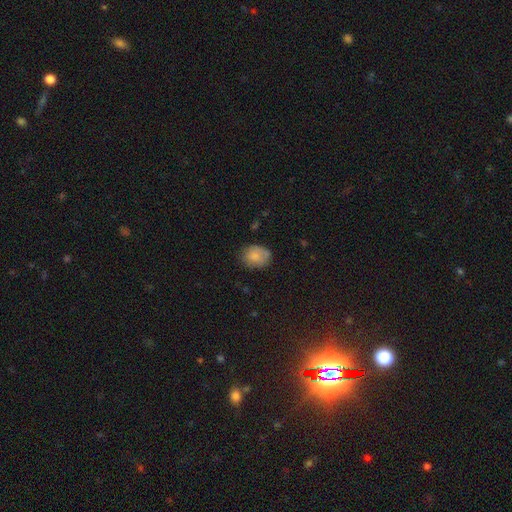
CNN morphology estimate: Smooth or featured?
  - smooth: 82% *
  - featured or disk: 10%
  - star or artifact: 8%
How rounded?
  - in between: 55% *
  - round: 44%
  - cigar-shaped: 1%
Merging?
  - none: 69% *
  - minor disturbance: 23%
  - major disturbance: 6%
  - merger: 2%